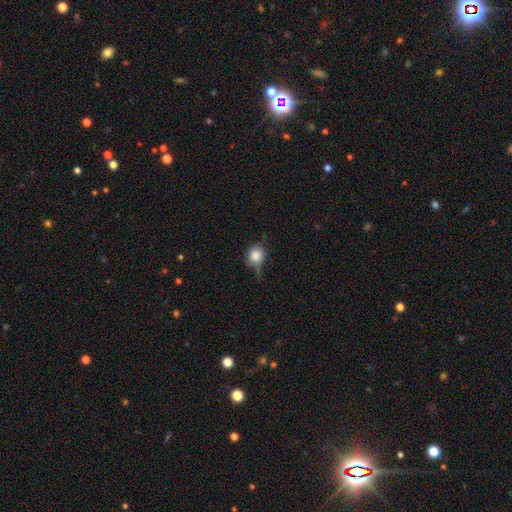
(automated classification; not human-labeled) This appears to be a smooth galaxy with no disk features (80%) that is round (80%). Merging: none (48%).